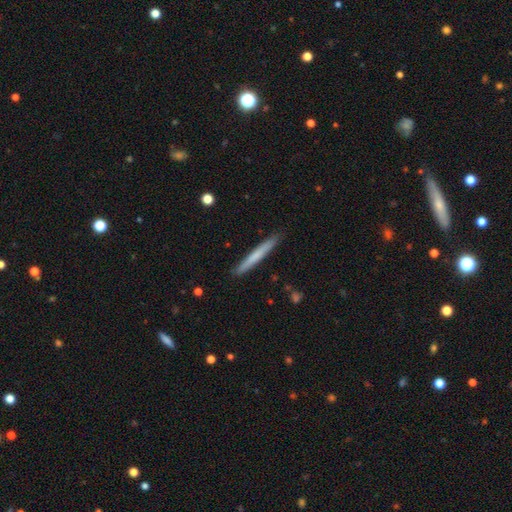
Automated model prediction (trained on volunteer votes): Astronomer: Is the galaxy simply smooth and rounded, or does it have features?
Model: smooth — 64%.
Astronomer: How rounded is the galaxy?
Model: cigar-shaped — 97%.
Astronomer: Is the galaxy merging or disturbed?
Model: none — 91%.